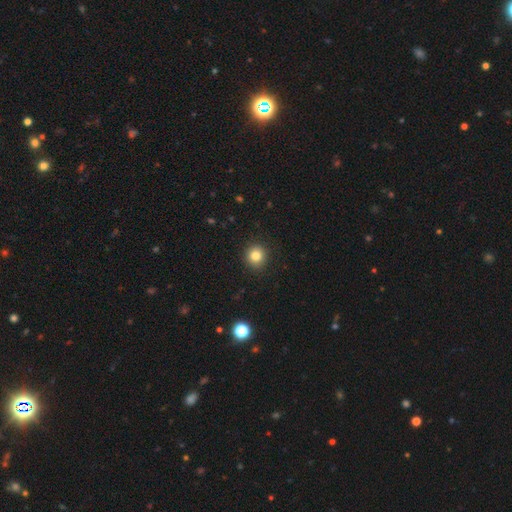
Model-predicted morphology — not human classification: smooth-or-featured: smooth: 83% | star or artifact: 11% | featured or disk: 6%
  how-rounded: round: 91% | in between: 8% | cigar-shaped: 1%
  merging: none: 91% | minor disturbance: 6% | major disturbance: 2% | merger: 1%